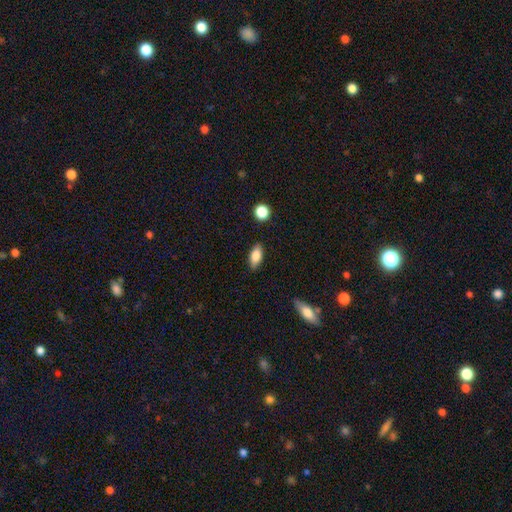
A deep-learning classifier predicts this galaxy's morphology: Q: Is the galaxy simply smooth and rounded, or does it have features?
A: smooth — 81%.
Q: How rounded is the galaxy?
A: in between — 85%.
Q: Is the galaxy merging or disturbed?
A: none — 87%.